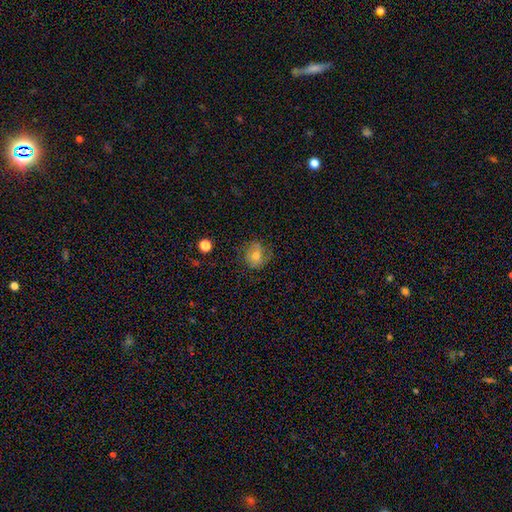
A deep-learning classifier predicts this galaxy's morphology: A smooth galaxy with no disk features (51%) that is round (75%). Merging: none (69%).